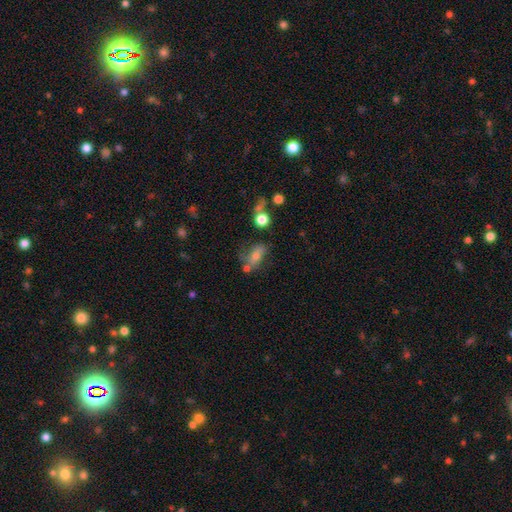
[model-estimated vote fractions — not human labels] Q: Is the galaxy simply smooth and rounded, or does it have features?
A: smooth — 61%.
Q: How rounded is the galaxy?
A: in between — 78%.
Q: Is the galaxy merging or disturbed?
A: none — 43%.